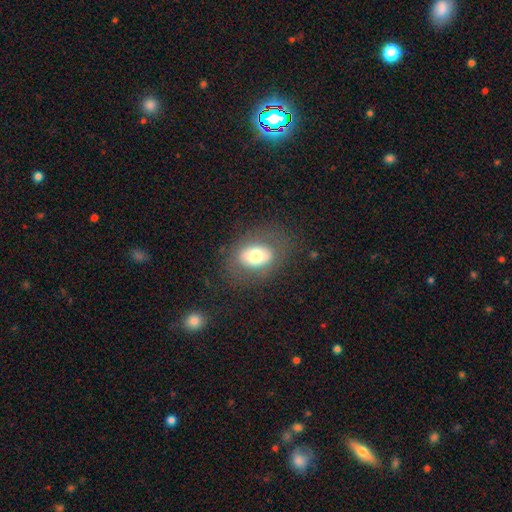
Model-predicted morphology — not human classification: A smooth galaxy with no disk features (63%) that is in between round and cigar-shaped (76%).

Vote fractions:
- Smooth or featured? smooth: 63% / featured or disk: 28% / star or artifact: 9%
- How rounded? in between: 76% / round: 23% / cigar-shaped: 1%
- Merging? none: 77% / minor disturbance: 13% / major disturbance: 9% / merger: 1%